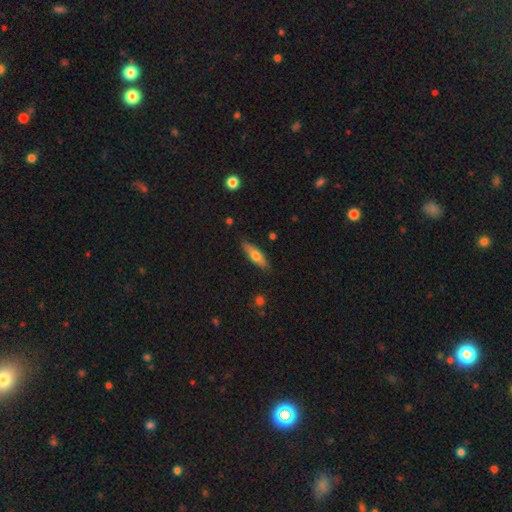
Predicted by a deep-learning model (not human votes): smooth_or_featured: smooth (p=0.61) [alt: featured or disk p=0.33]
how_rounded: cigar-shaped (p=0.51) [alt: in between p=0.47]
merging: none (p=0.86) [alt: minor disturbance p=0.11]